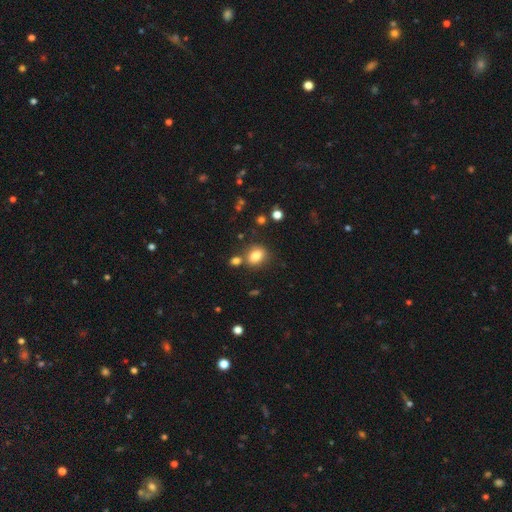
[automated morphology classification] Smooth or featured? Predicted: smooth (p=0.82). How rounded? Predicted: in between (p=0.67). Merging? Predicted: none (p=0.69).